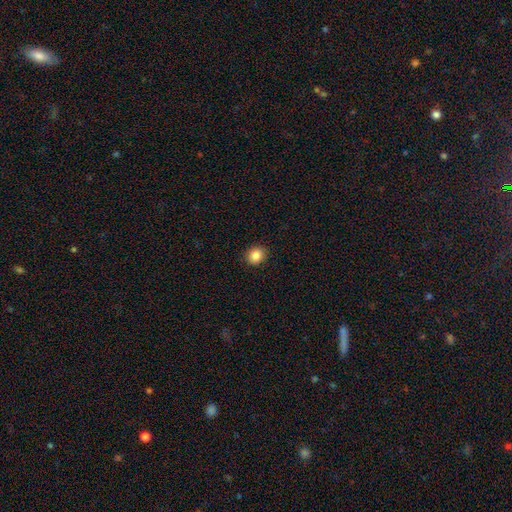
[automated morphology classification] Smooth or featured: smooth — 86% (star or artifact — 10%)
How rounded: round — 80% (in between — 19%)
Merging: none — 92% (minor disturbance — 5%)